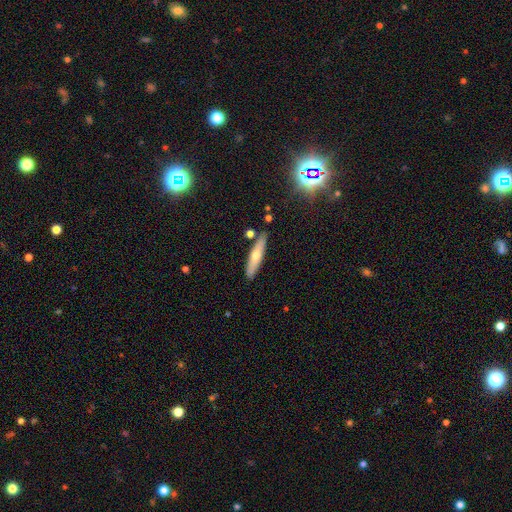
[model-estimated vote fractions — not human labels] Overall: smooth (53%; featured or disk 39%). How rounded: cigar-shaped (83%). Merging: none (82%).